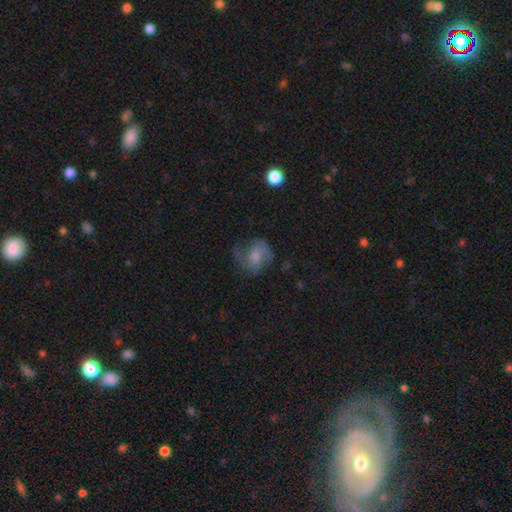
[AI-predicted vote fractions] Smooth or featured: smooth — 45% (tied with featured or disk — 45%)
Merging: none — 50% (minor disturbance — 25%)